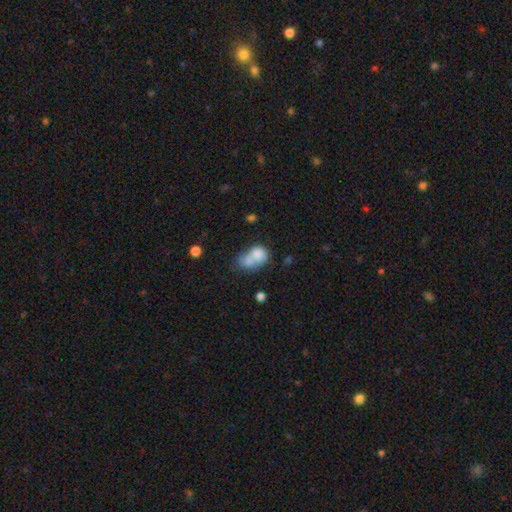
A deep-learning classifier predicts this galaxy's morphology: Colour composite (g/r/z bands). It shows a smooth galaxy with no disk features (75%) that is in between round and cigar-shaped (57%). Merging: merger (66%).